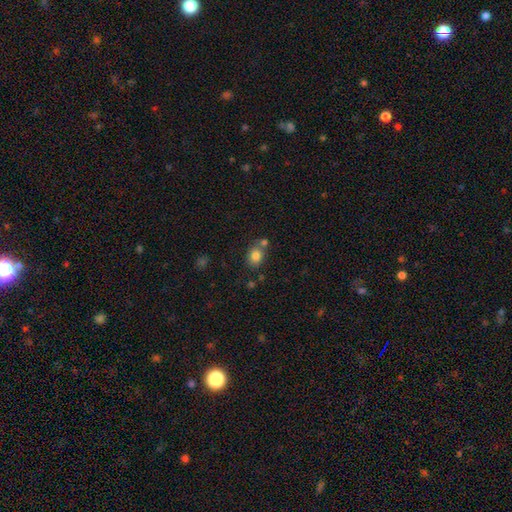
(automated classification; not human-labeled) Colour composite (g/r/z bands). It shows a smooth galaxy with no disk features (81%) that is in between round and cigar-shaped (53%). Merging: none (60%).